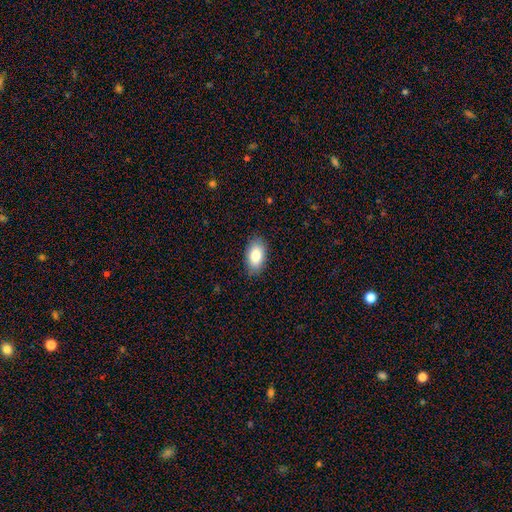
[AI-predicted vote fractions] The model was most divided on "smooth or featured": smooth: 84%, featured or disk: 9%, star or artifact: 7%. More confident: how rounded — in between (94%); merging — none (87%).